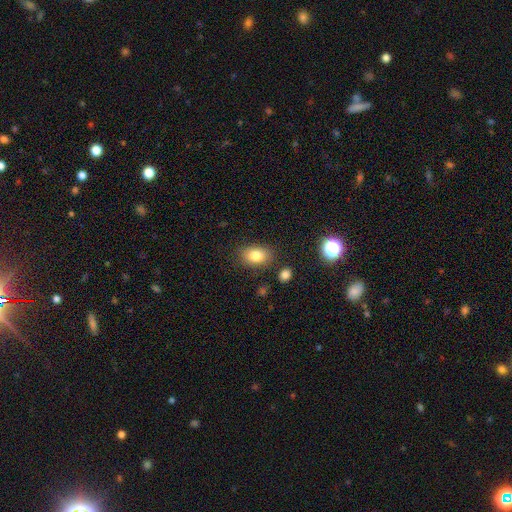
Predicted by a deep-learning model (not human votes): Q: Smooth or featured?
A: smooth (81%); runner-up: star or artifact (10%)
Q: How rounded?
A: in between (79%); runner-up: round (19%)
Q: Merging?
A: none (82%); runner-up: minor disturbance (12%)